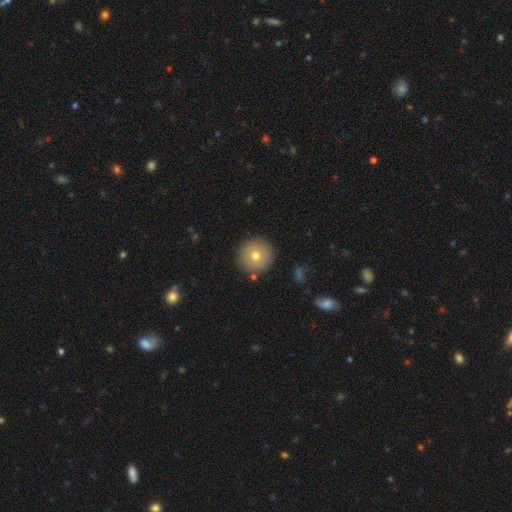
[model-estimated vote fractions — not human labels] Smooth or featured? smooth (72%)
How rounded? round (95%)
Merging? none (88%)